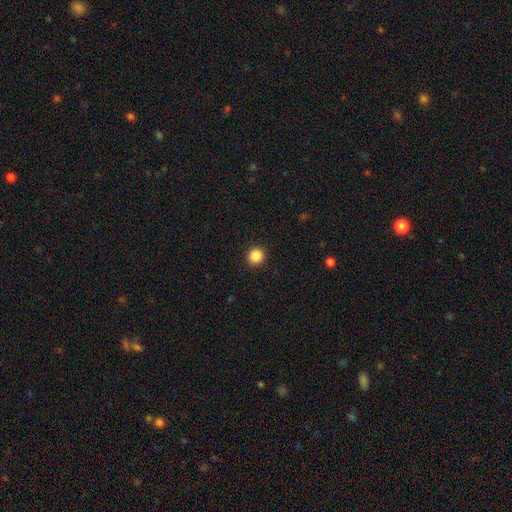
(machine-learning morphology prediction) smooth_or_featured: smooth (p=0.87) [alt: star or artifact p=0.10]
how_rounded: round (p=0.92) [alt: in between p=0.07]
merging: none (p=0.93) [alt: minor disturbance p=0.05]